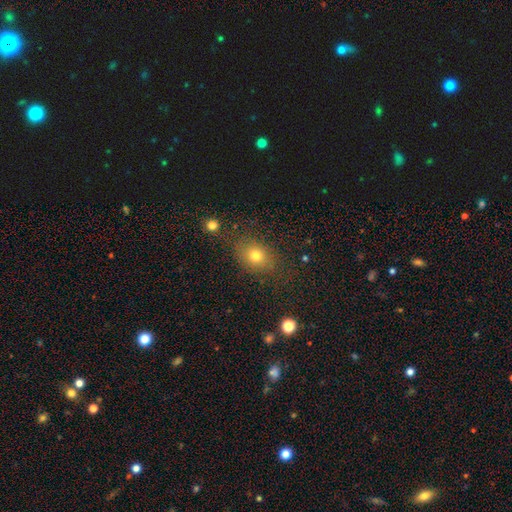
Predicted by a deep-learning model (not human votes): Smooth or featured? smooth (75%)
How rounded? in between (59%)
Merging? none (78%)